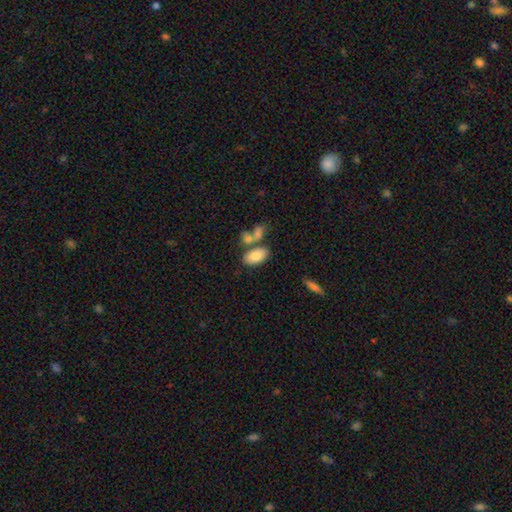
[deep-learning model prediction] This is clearly a smooth galaxy (81%). How rounded: clearly in between (94%). Merging: possibly none (58%).